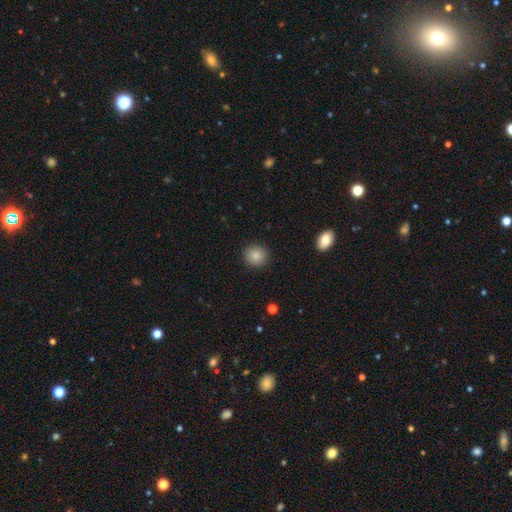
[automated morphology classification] Smooth or featured? smooth (86%)
How rounded? round (91%)
Merging? none (92%)